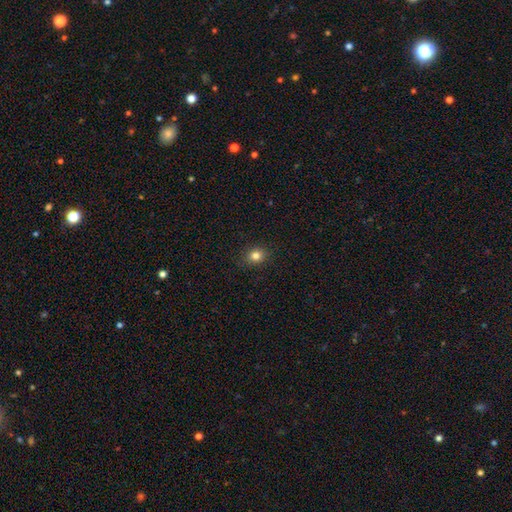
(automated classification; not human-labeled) The model was most divided on "how rounded": round: 63%, in between: 36%, cigar-shaped: 1%. More confident: merging — none (90%); smooth or featured — smooth (81%).